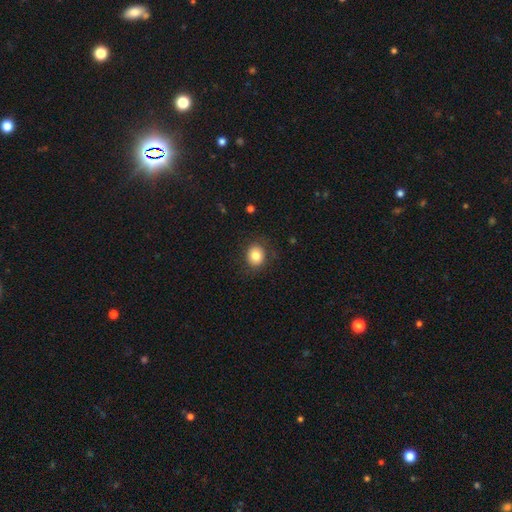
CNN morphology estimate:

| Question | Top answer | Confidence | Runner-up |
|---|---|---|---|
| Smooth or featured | smooth | 82% | star or artifact (10%) |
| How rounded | round | 76% | in between (23%) |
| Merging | none | 84% | minor disturbance (11%) |